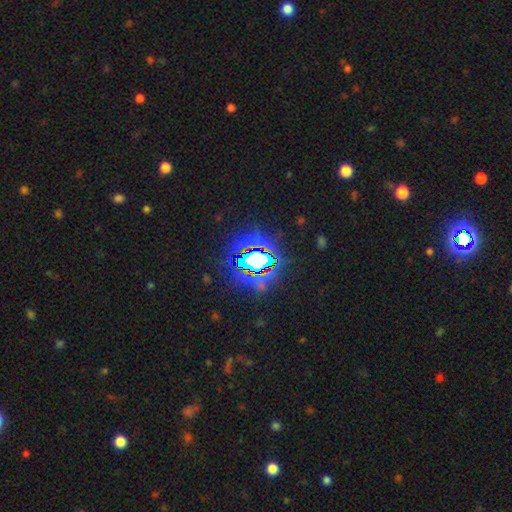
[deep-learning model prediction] Morphology: type=star or artifact (81%).